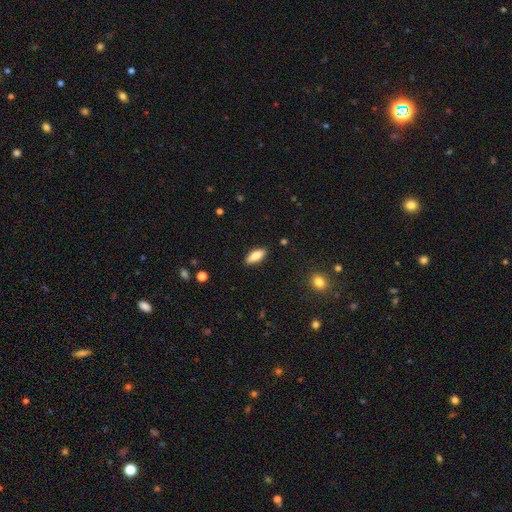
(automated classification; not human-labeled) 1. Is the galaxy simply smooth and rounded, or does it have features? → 82% smooth, 11% featured or disk, 7% star or artifact.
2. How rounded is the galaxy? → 73% in between, 25% cigar-shaped, 2% round.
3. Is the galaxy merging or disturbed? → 88% none, 9% minor disturbance, 2% major disturbance, 1% merger.